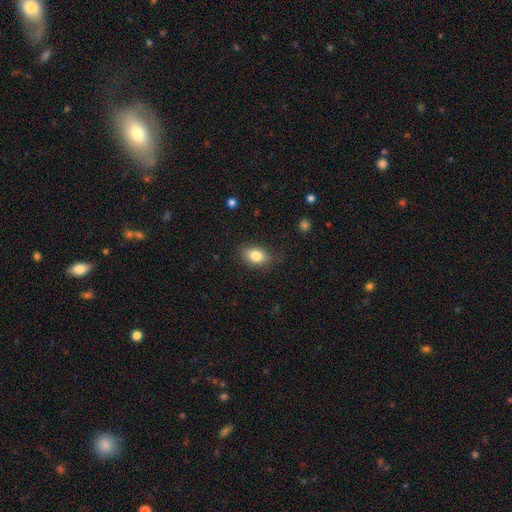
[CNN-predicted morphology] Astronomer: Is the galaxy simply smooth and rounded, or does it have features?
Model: smooth — 84%.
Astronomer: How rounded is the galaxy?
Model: in between — 82%.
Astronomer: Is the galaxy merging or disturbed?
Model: none — 82%.